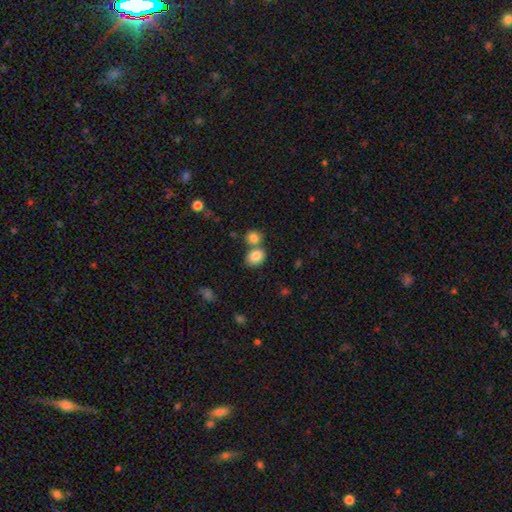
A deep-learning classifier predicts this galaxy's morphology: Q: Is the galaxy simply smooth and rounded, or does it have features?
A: smooth — 85%.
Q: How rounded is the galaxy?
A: in between — 56%.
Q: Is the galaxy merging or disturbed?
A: none — 51%.